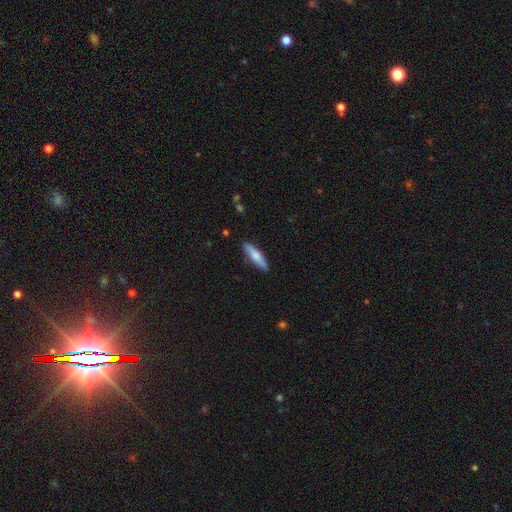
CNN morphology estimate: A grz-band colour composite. It shows a smooth galaxy with no disk features (74%) that is cigar-shaped (72%). Merging: none (87%).